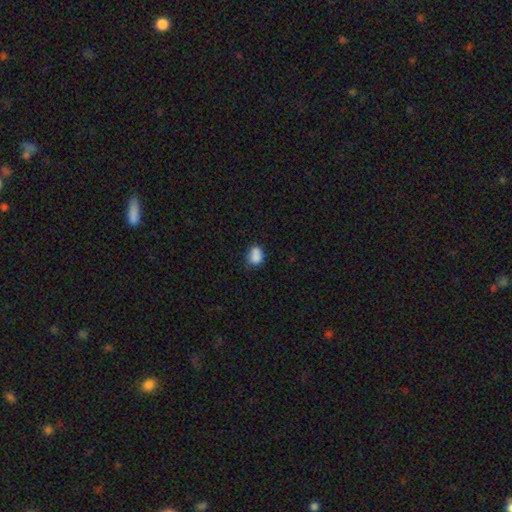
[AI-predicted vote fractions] Smooth or featured? Predicted: smooth (p=0.80). How rounded? Predicted: in between (p=0.49, tied with round). Merging? Predicted: none (p=0.48).